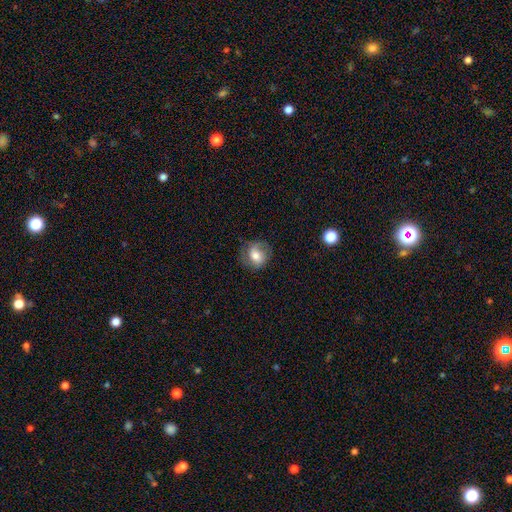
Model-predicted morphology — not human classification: type=smooth (48%); merging=none (68%).